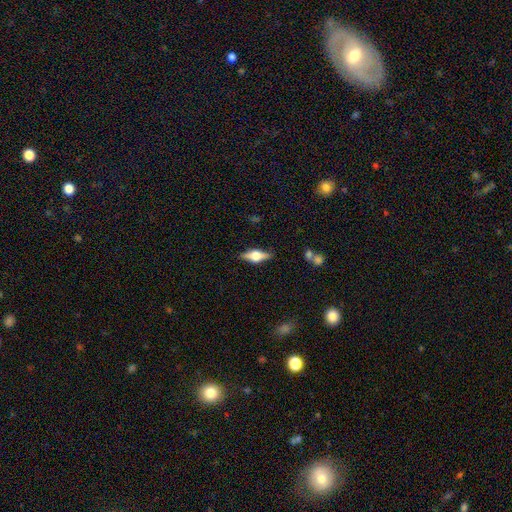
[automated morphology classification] Smooth or featured? Predicted: featured or disk (p=0.66). Edge-on disk? Predicted: yes (p=0.95). Edge-on bulge? Predicted: rounded (p=0.93). Merging? Predicted: none (p=0.85).